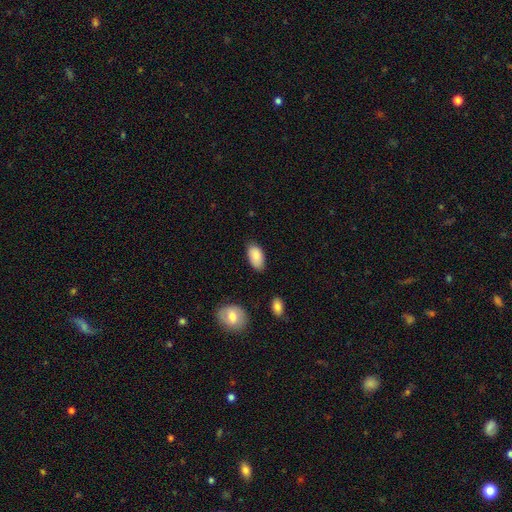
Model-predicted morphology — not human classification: Overall: smooth (87%). How rounded: in between (95%). Merging: none (77%).